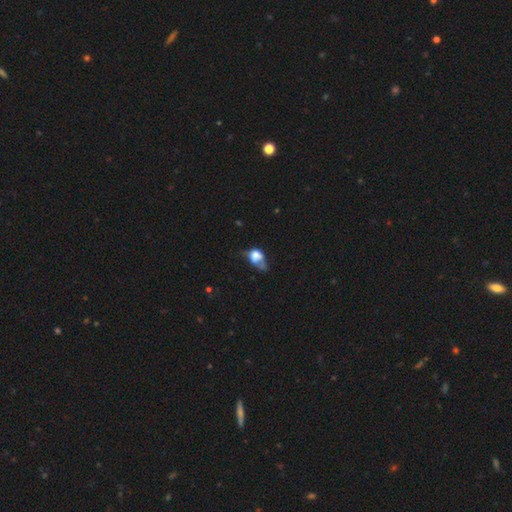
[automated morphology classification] type=smooth (62%); roundness=in between (63%); merging=major disturbance (36%).